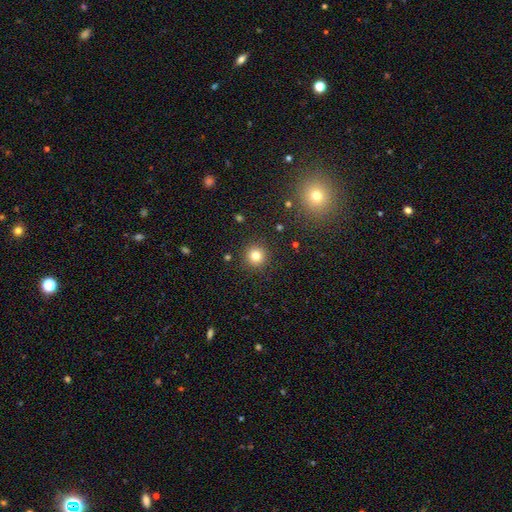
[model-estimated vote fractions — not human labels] Smooth or featured: smooth — 80% (star or artifact — 13%)
How rounded: round — 94% (in between — 5%)
Merging: none — 91% (minor disturbance — 6%)